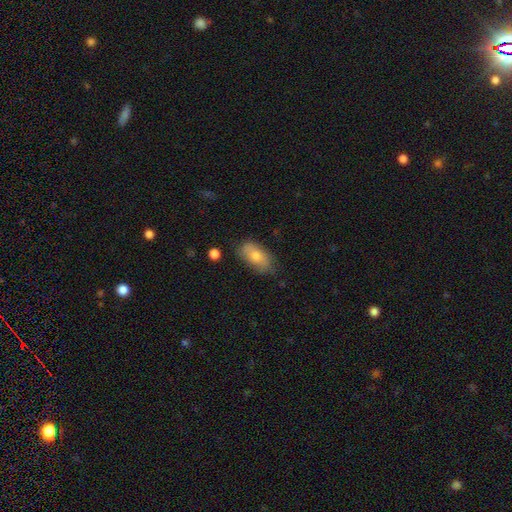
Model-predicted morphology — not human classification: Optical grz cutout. It shows a smooth galaxy with no disk features (74%) that is in between round and cigar-shaped (90%). Merging: none (76%).